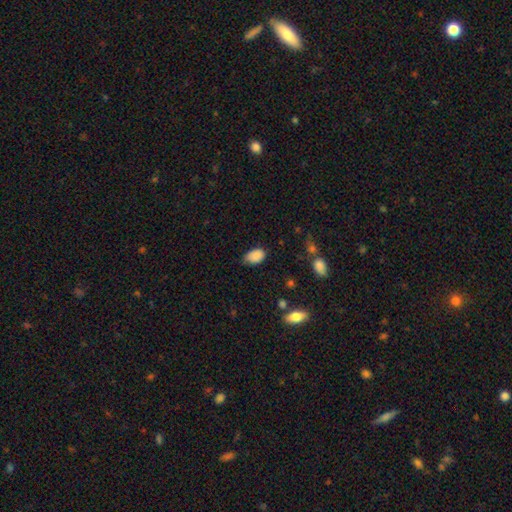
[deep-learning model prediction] smooth_or_featured: smooth (p=0.87) [alt: star or artifact p=0.08]
how_rounded: in between (p=0.89) [alt: round p=0.09]
merging: none (p=0.65) [alt: minor disturbance p=0.29]